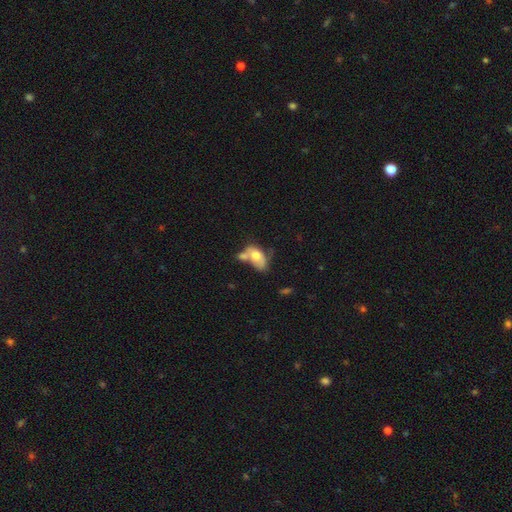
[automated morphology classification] A smooth galaxy with no disk features (59%) that is in between round and cigar-shaped (85%). Merging: merger (53%).